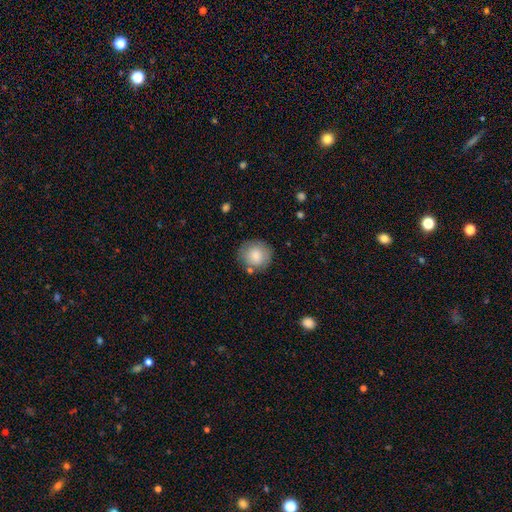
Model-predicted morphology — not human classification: A smooth galaxy with no disk features (84%) that is round (89%).

Vote fractions:
- Smooth or featured? smooth: 84% / featured or disk: 9% / star or artifact: 7%
- How rounded? round: 89% / in between: 10% / cigar-shaped: 1%
- Merging? none: 81% / minor disturbance: 12% / merger: 4% / major disturbance: 3%